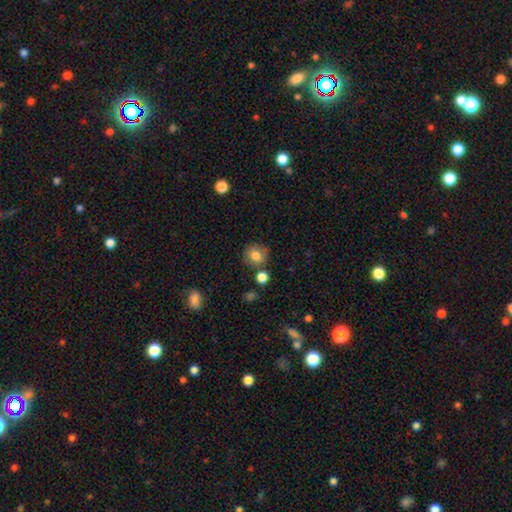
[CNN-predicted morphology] A smooth galaxy with no disk features (79%) that is round (79%). Merging: none (76%).